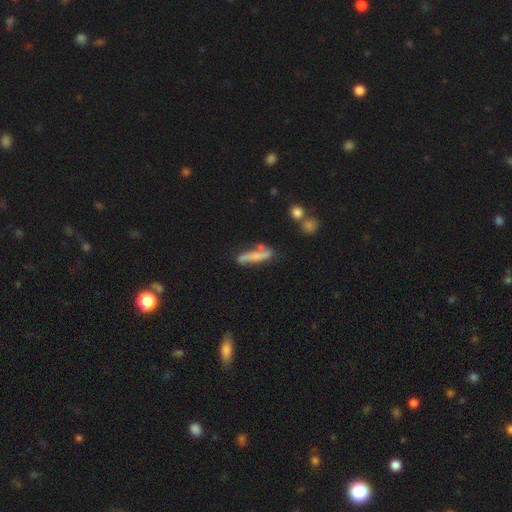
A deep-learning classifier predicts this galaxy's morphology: Smooth or featured?
  - smooth: 48% *
  - featured or disk: 45%
  - star or artifact: 8%
Merging?
  - none: 56% *
  - minor disturbance: 25%
  - merger: 11%
  - major disturbance: 9%